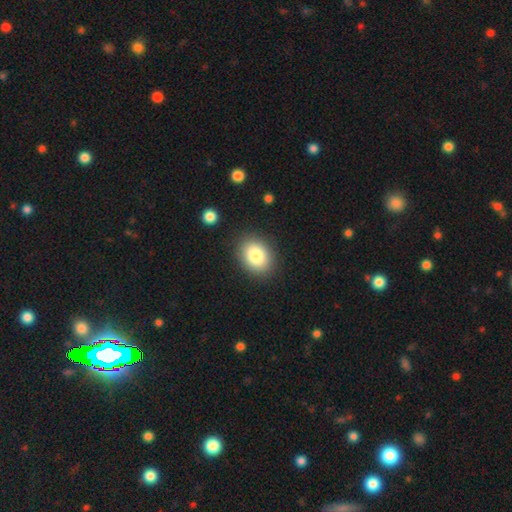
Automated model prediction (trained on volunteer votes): This is clearly a smooth galaxy (82%). How rounded: possibly in between (57%). Merging: clearly none (87%).